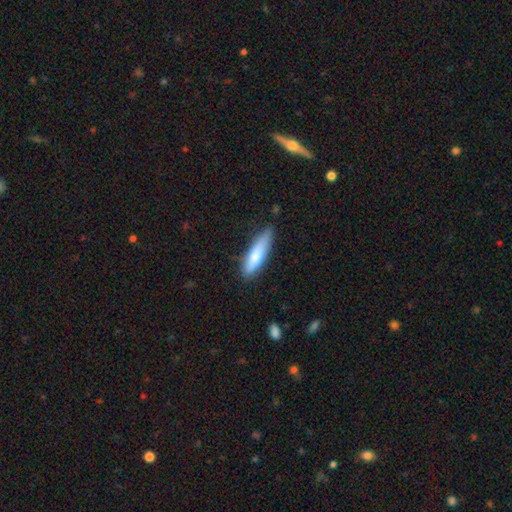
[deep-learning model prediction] Smooth or featured: smooth — 76% (featured or disk — 19%)
How rounded: cigar-shaped — 69% (in between — 29%)
Merging: none — 72% (minor disturbance — 22%)